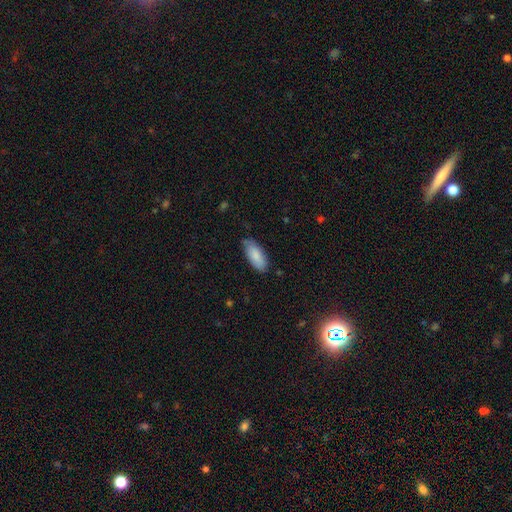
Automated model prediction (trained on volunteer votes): Smooth or featured? smooth (85%)
How rounded? in between (84%)
Merging? none (74%)